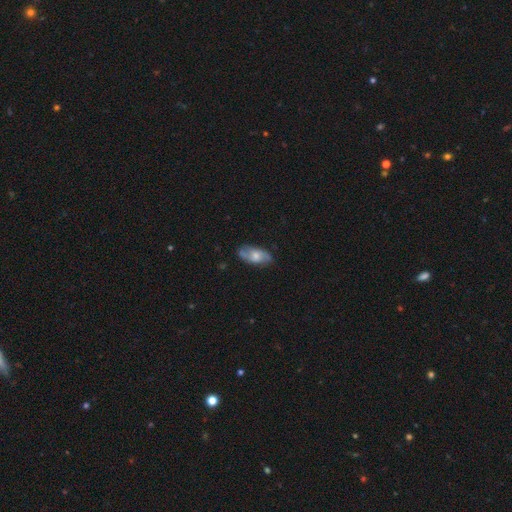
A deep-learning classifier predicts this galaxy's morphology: A featured or disk galaxy (54%). Merging: none (75%).